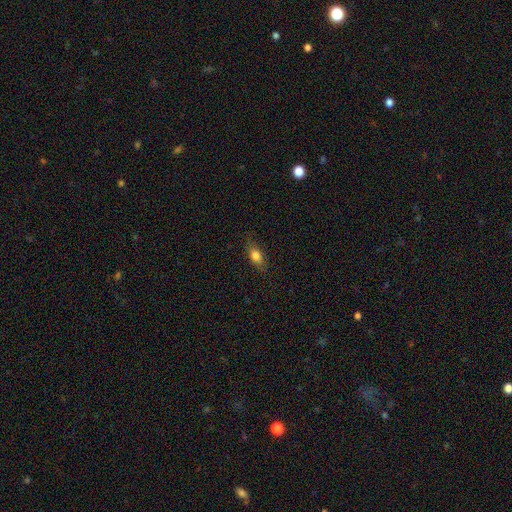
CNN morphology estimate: Q: Smooth or featured?
A: smooth (79%); runner-up: featured or disk (12%)
Q: How rounded?
A: in between (80%); runner-up: cigar-shaped (12%)
Q: Merging?
A: none (78%); runner-up: minor disturbance (16%)